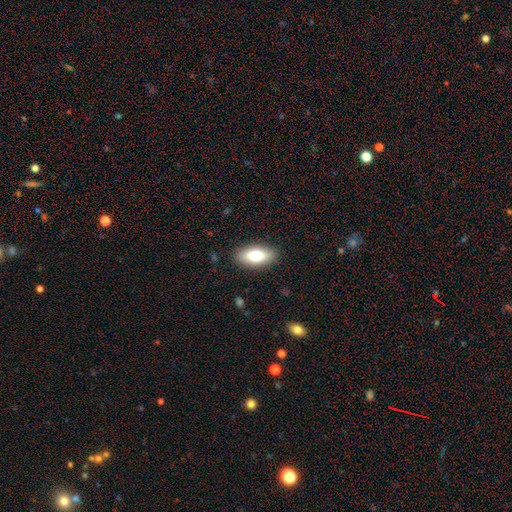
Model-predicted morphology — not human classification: This is likely a smooth galaxy (76%). How rounded: clearly in between (87%). Merging: clearly none (88%).